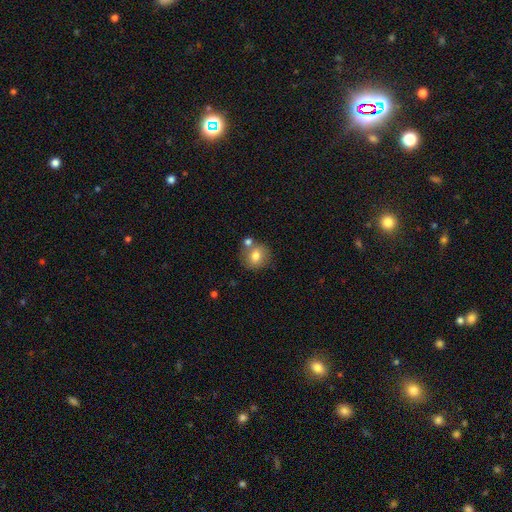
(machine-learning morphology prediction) This is likely a smooth galaxy (77%). How rounded: clearly round (85%). Merging: likely none (68%).